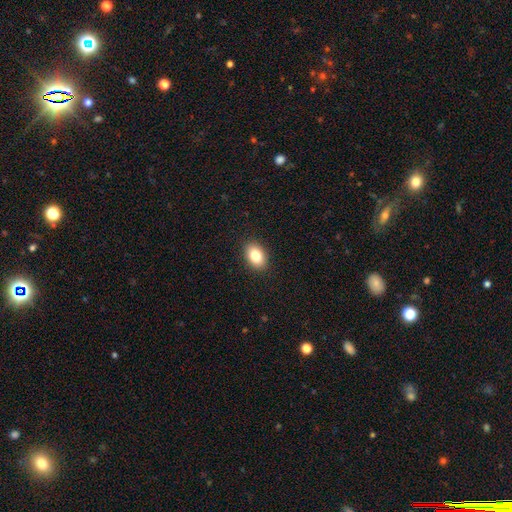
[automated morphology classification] Smooth or featured? smooth (83%)
How rounded? in between (83%)
Merging? none (90%)